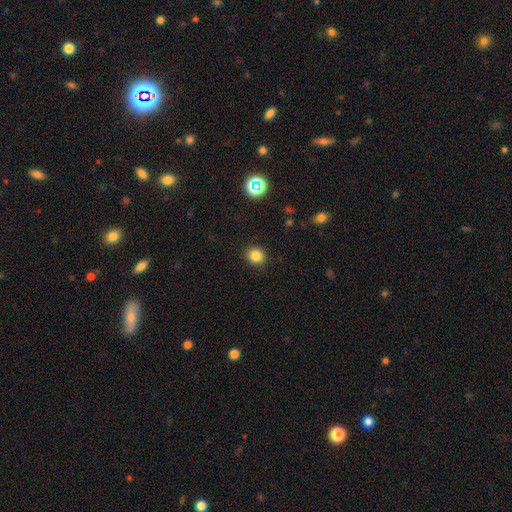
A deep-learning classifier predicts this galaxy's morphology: Smooth or featured? smooth (83%)
How rounded? round (87%)
Merging? none (91%)